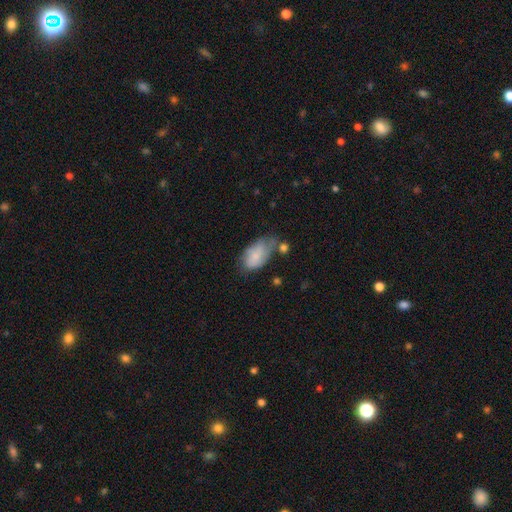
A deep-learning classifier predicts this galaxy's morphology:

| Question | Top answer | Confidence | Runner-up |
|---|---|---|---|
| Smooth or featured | smooth | 68% | featured or disk (24%) |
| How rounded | in between | 93% | round (5%) |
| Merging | none | 36% | minor disturbance (34%) |